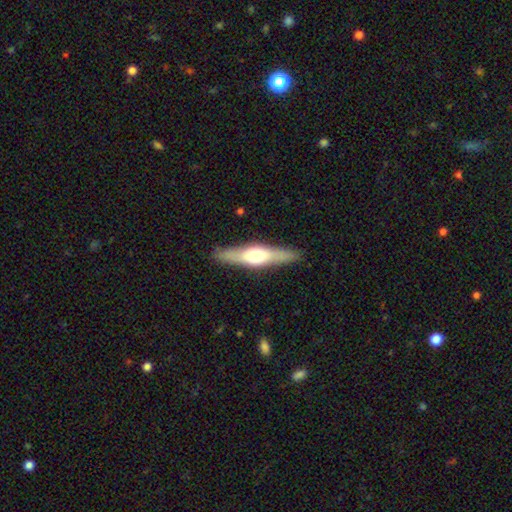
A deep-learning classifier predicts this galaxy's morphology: The model was most divided on "smooth or featured": featured or disk: 56%, smooth: 39%, star or artifact: 5%. More confident: edge-on disk — yes (91%); edge-on bulge — rounded (89%); merging — none (88%).